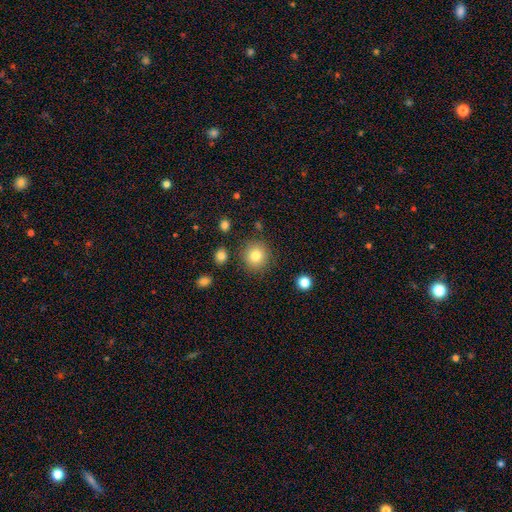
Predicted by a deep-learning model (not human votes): Overall: smooth (81%). How rounded: round (91%). Merging: none (86%).